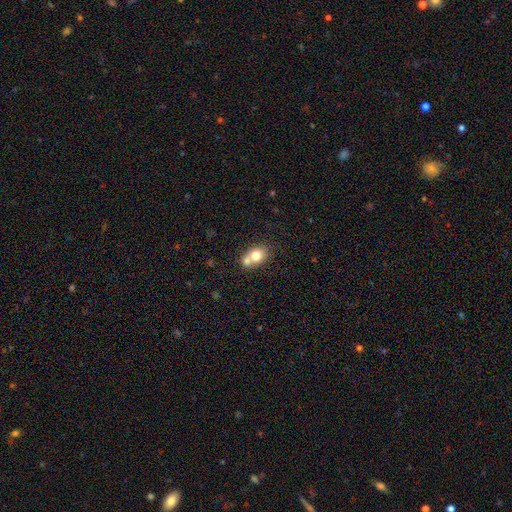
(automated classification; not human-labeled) smooth 73%, featured or disk 17%, star or artifact 10%. Down the decision tree: how rounded — round (53%); merging — merger (52%).